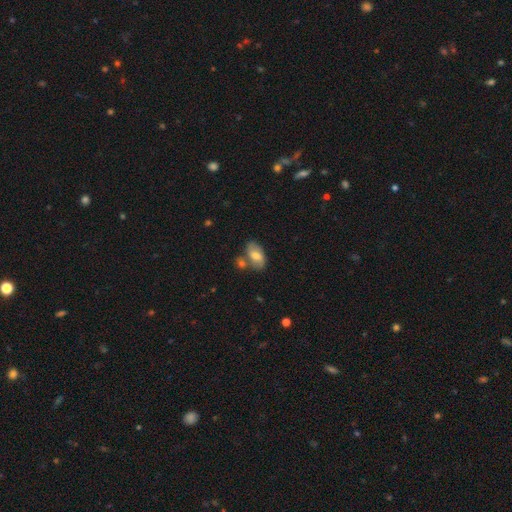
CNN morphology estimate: A smooth galaxy with no disk features (63%) that is in between round and cigar-shaped (91%). Merging: none (57%).